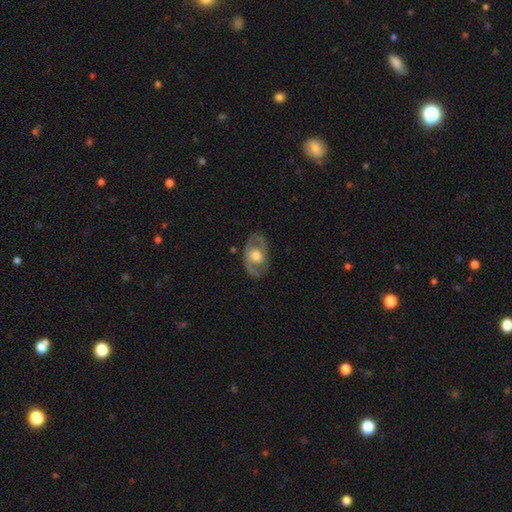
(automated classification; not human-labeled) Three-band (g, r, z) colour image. It shows a featured or disk galaxy (66%) with no bar (75%), spiral arms (51%) and a moderate central bulge (55%). Merging: none (76%).